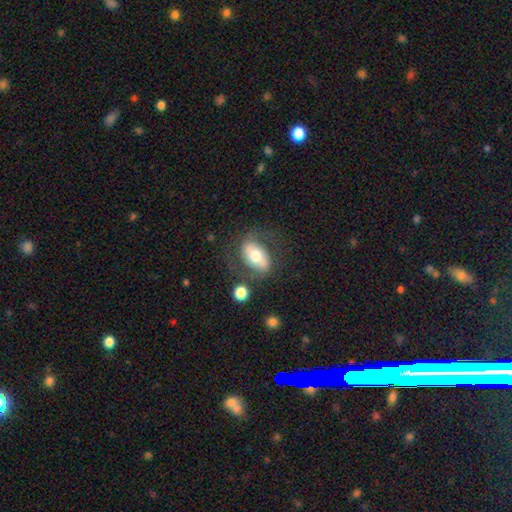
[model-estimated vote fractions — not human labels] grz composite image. It shows a smooth galaxy with no disk features (51%) that is in between round and cigar-shaped (88%). Merging: none (62%).